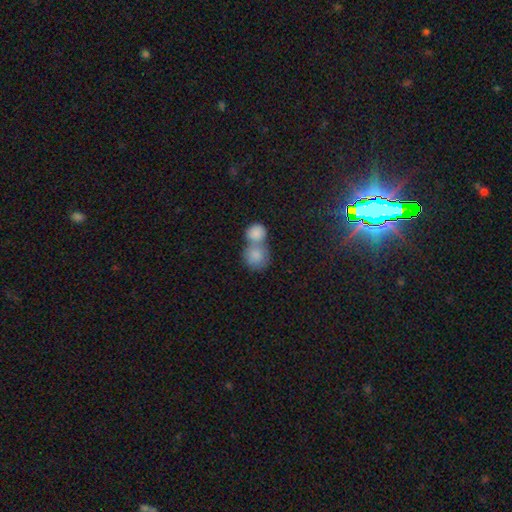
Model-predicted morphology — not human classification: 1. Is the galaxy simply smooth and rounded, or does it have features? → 84% smooth, 10% featured or disk, 7% star or artifact.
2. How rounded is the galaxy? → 82% round, 17% in between, 1% cigar-shaped.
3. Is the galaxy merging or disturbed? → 65% merger, 26% none, 6% minor disturbance, 3% major disturbance.